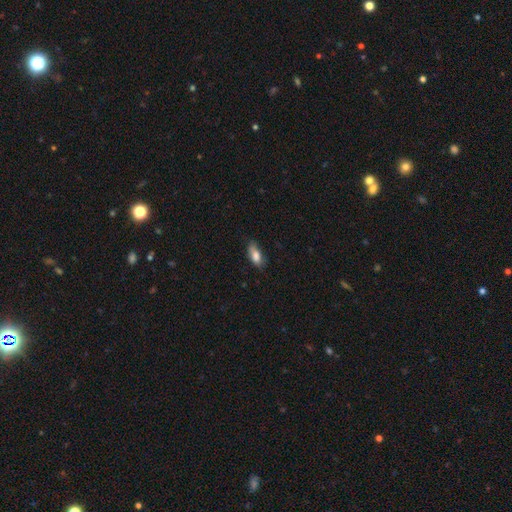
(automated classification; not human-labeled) Smooth or featured? Predicted: smooth (p=0.81). How rounded? Predicted: in between (p=0.84). Merging? Predicted: none (p=0.63).